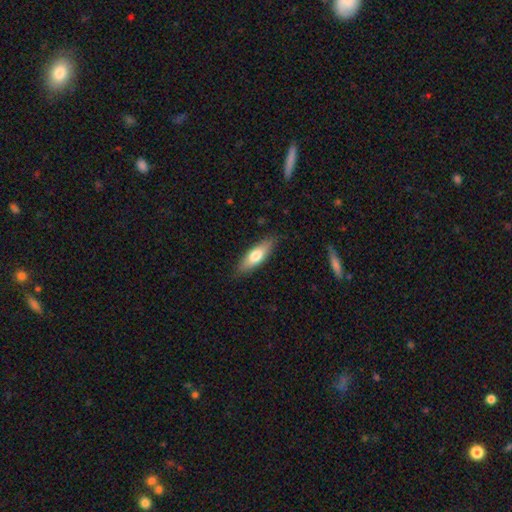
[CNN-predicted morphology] This is likely a smooth galaxy (69%). How rounded: possibly in between (54%). Merging: clearly none (85%).